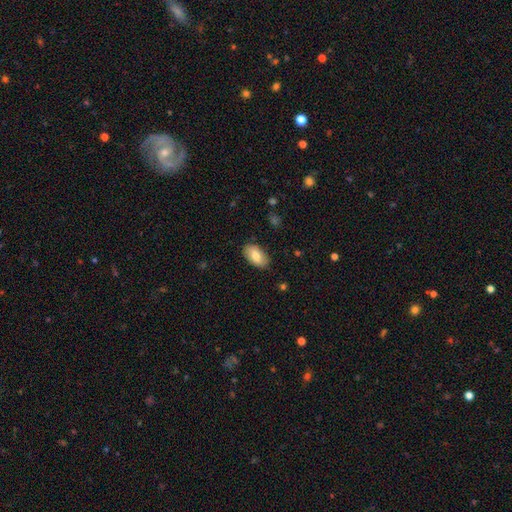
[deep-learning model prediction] Smooth or featured? Predicted: smooth (p=0.77). How rounded? Predicted: in between (p=0.95). Merging? Predicted: none (p=0.86).